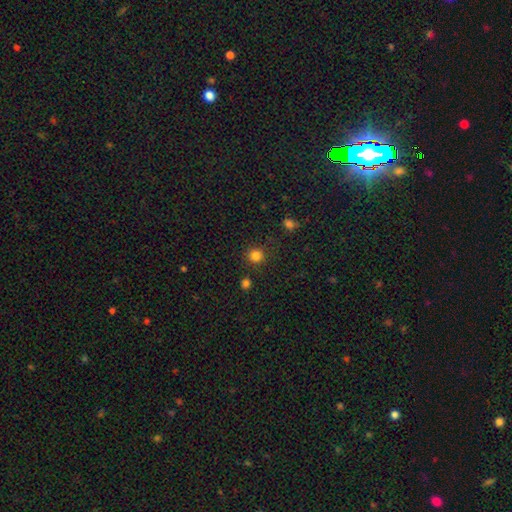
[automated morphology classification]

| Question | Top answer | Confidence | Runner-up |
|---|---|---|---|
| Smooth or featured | smooth | 82% | star or artifact (14%) |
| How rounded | round | 93% | in between (6%) |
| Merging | none | 88% | minor disturbance (7%) |